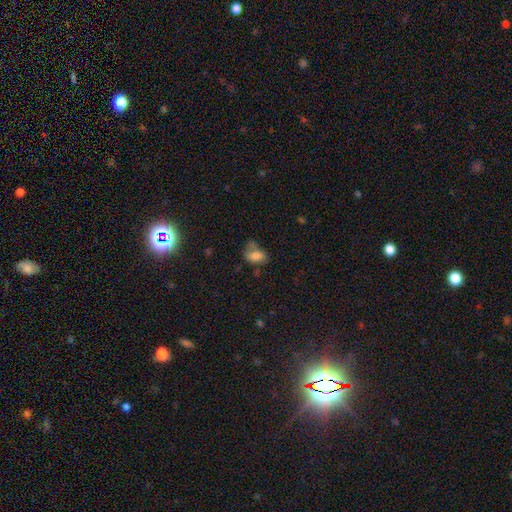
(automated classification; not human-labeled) Morphology: type=smooth (72%); roundness=in between (85%); merging=none (36%).